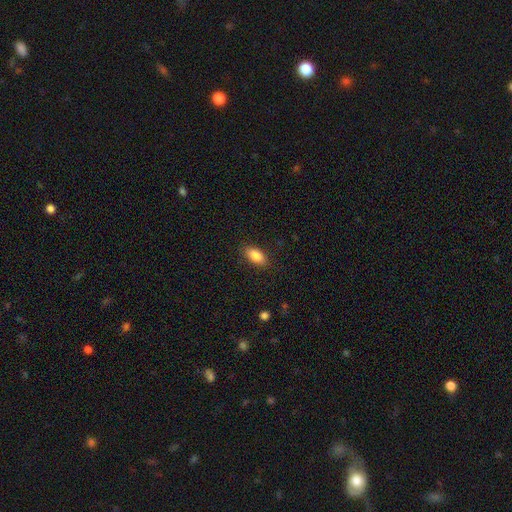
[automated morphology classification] Q: Smooth or featured?
A: smooth (86%); runner-up: star or artifact (7%)
Q: How rounded?
A: in between (88%); runner-up: cigar-shaped (8%)
Q: Merging?
A: none (87%); runner-up: minor disturbance (10%)